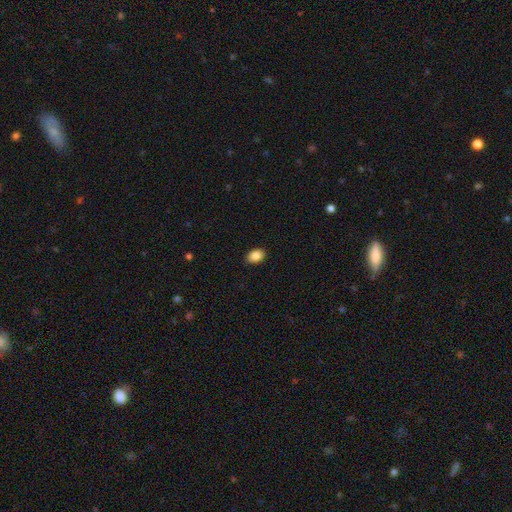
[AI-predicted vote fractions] Overall: smooth (87%). How rounded: in between (80%). Merging: none (89%).